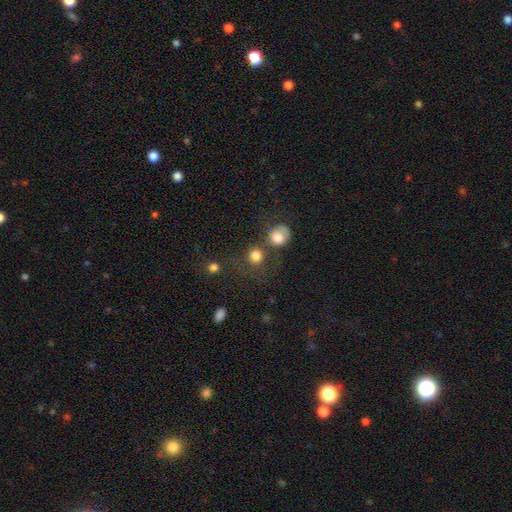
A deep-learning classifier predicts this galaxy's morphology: A smooth galaxy with no disk features (80%) that is round (84%).

Vote fractions:
- Smooth or featured? smooth: 80% / star or artifact: 12% / featured or disk: 8%
- How rounded? round: 84% / in between: 14% / cigar-shaped: 1%
- Merging? none: 51% / merger: 28% / minor disturbance: 11% / major disturbance: 10%